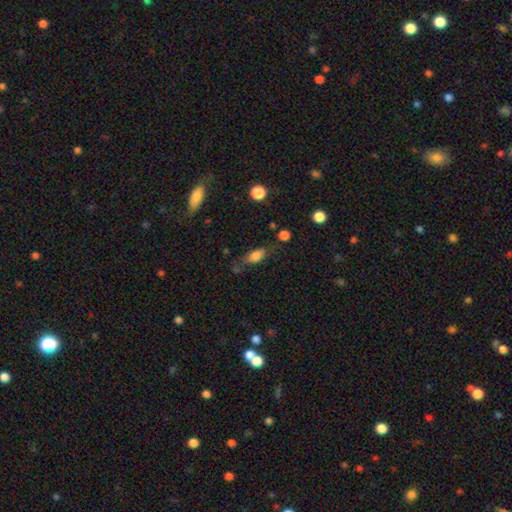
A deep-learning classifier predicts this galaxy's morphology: A smooth galaxy with no disk features (76%) that is in between round and cigar-shaped (79%). Merging: none (58%).